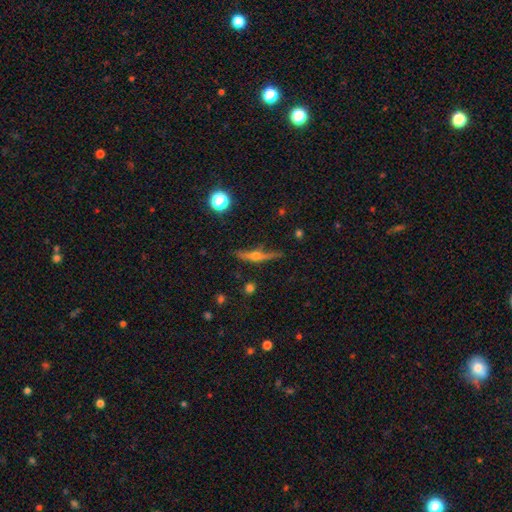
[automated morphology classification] type=featured or disk (70%); edge-on=yes (96%); edge-on bulge=rounded (92%); merging=none (81%).